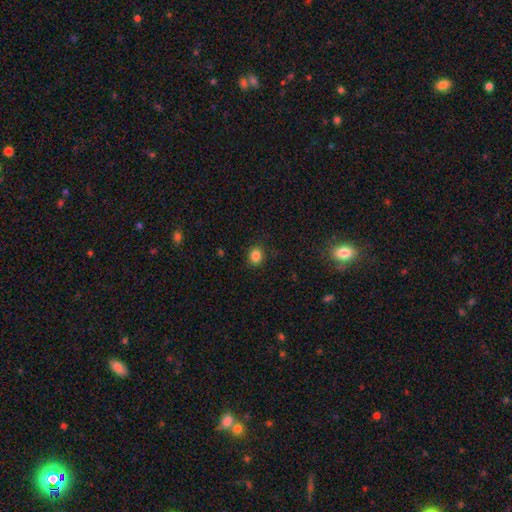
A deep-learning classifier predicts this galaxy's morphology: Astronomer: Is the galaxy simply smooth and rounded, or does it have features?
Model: smooth — 85%.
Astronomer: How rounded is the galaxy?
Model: round — 70%.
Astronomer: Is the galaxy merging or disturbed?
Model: none — 88%.